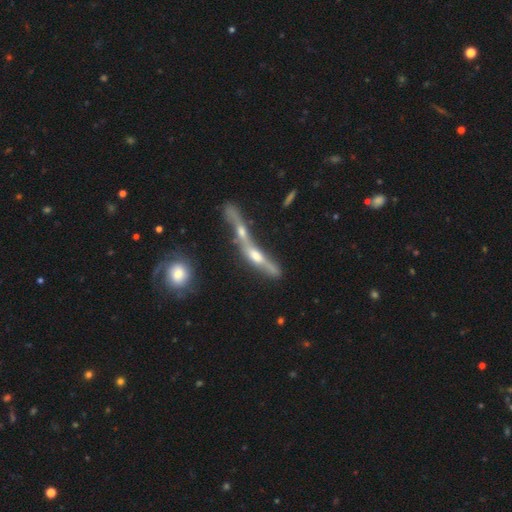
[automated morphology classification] smooth_or_featured: featured or disk (p=0.64) [alt: smooth p=0.26]
disk_edge_on: yes (p=0.71) [alt: no p=0.29]
merging: merger (p=0.56) [alt: none p=0.24]